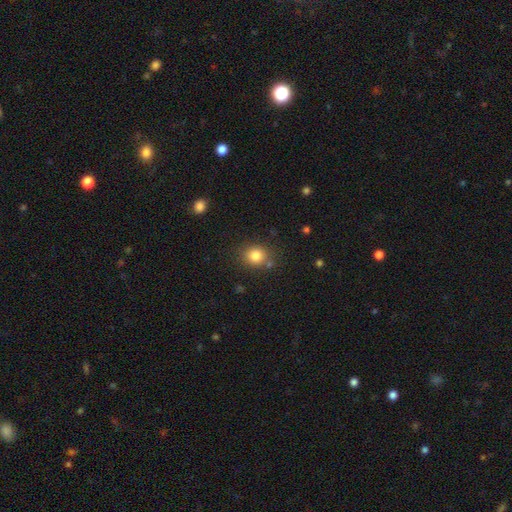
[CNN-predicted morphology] smooth-or-featured: smooth: 82% | star or artifact: 11% | featured or disk: 7%
  how-rounded: round: 77% | in between: 22% | cigar-shaped: 1%
  merging: none: 79% | minor disturbance: 11% | merger: 6% | major disturbance: 4%